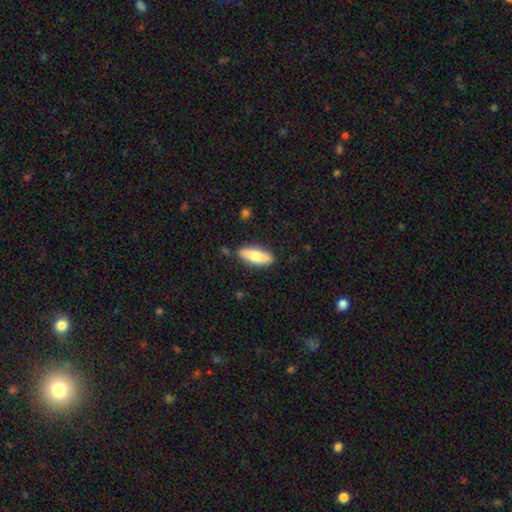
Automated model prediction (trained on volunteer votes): smooth 71%, featured or disk 23%, star or artifact 5%. Down the decision tree: how rounded — in between (59%); merging — none (84%).